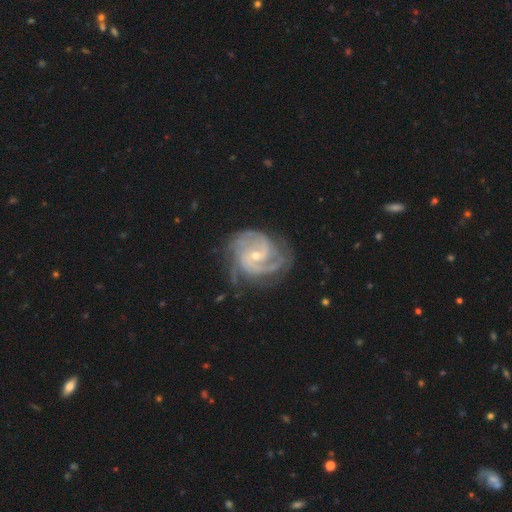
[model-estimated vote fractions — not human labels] smooth_or_featured: featured or disk (p=0.91) [alt: star or artifact p=0.05]
disk_edge_on: no (p=0.98) [alt: yes p=0.02]
bar: no (p=0.51) [alt: weak p=0.38]
has_spiral_arms: yes (p=0.98) [alt: no p=0.02]
spiral_winding: tight (p=0.51) [alt: medium p=0.41]
spiral_arm_count: 3 (p=0.32) [tied with: 2 p=0.32]
bulge_size: small (p=0.66) [alt: moderate p=0.31]
merging: none (p=0.71) [alt: minor disturbance p=0.20]